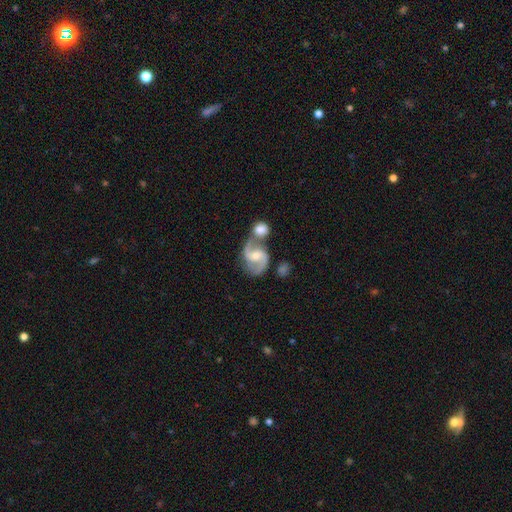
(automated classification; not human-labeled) Morphology: type=featured or disk (89%); edge-on=no (98%); bar=weak (47%); spiral arms=yes (97%); winding=medium (57%); arm count=2 (93%); bulge=moderate (52%); merging=none (43%).